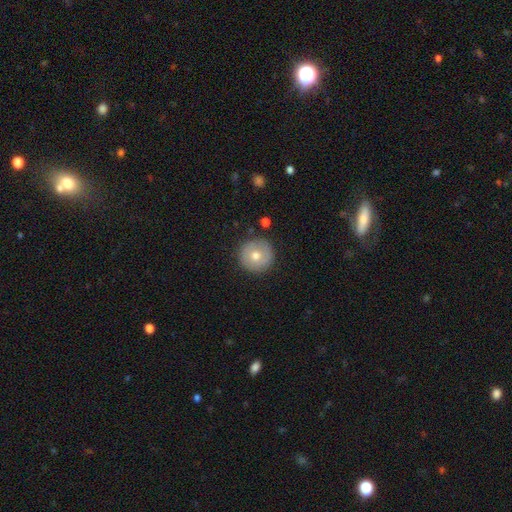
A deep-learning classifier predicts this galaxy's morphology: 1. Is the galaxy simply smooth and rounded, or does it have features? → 65% smooth, 26% featured or disk, 9% star or artifact.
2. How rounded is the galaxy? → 96% round, 3% in between, 1% cigar-shaped.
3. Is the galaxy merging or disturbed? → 89% none, 8% minor disturbance, 2% major disturbance, 2% merger.